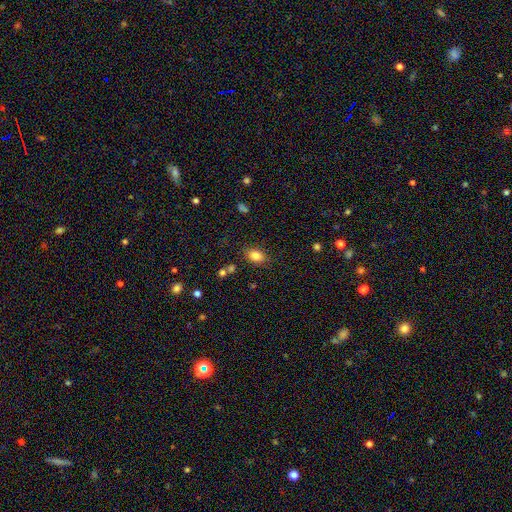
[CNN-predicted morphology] Smooth or featured? Predicted: smooth (p=0.83). How rounded? Predicted: in between (p=0.82). Merging? Predicted: none (p=0.82).